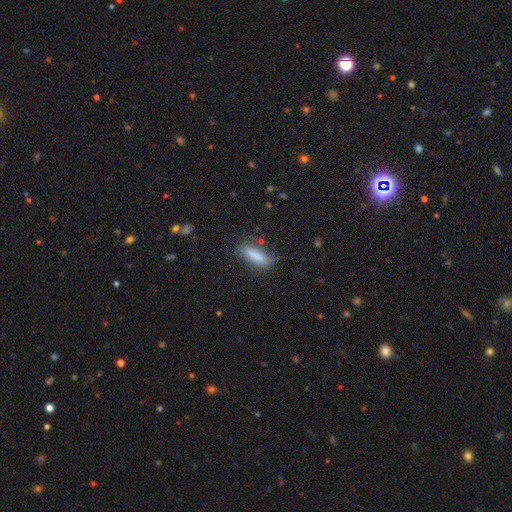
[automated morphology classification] Smooth or featured: smooth — 80% (featured or disk — 12%)
How rounded: cigar-shaped — 59% (in between — 39%)
Merging: none — 75% (minor disturbance — 17%)